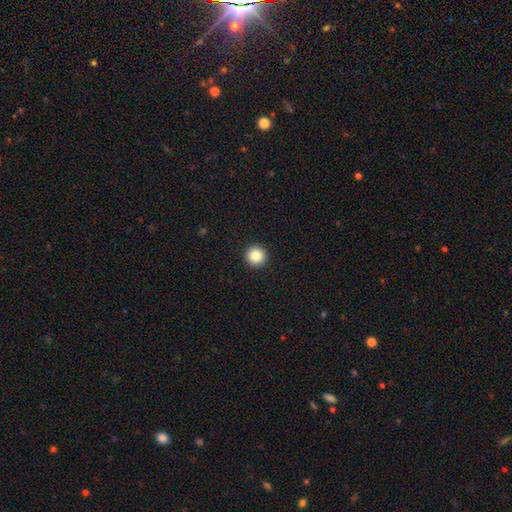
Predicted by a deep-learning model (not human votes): The model was most divided on "smooth or featured": smooth: 85%, star or artifact: 10%, featured or disk: 6%. More confident: how rounded — round (96%); merging — none (94%).